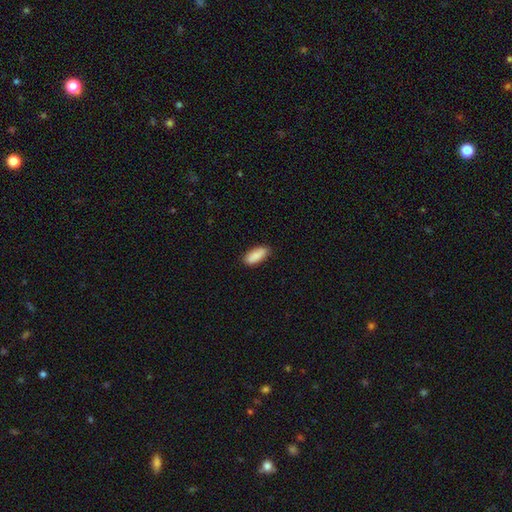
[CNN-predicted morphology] Smooth or featured? smooth (89%)
How rounded? in between (76%)
Merging? none (84%)